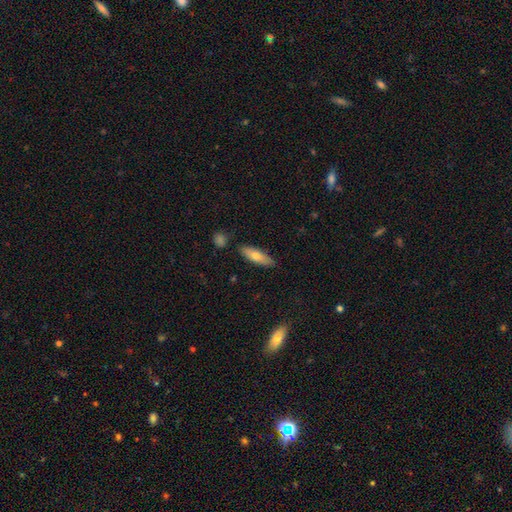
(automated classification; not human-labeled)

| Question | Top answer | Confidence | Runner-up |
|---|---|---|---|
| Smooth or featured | smooth | 68% | featured or disk (26%) |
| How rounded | in between | 51% | cigar-shaped (47%) |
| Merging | none | 82% | minor disturbance (13%) |